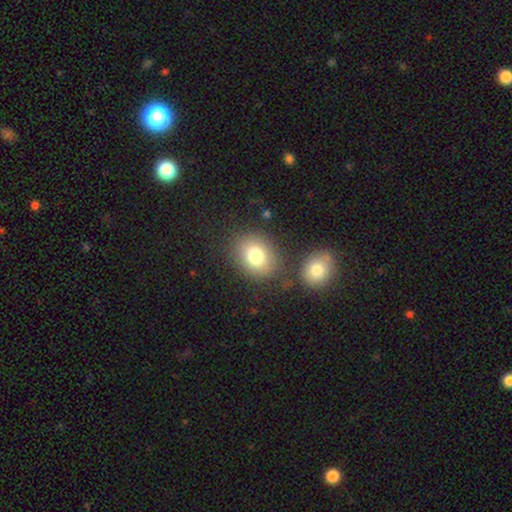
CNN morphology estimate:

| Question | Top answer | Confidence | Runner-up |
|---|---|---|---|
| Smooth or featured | smooth | 79% | star or artifact (10%) |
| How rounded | round | 58% | in between (41%) |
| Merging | none | 76% | minor disturbance (10%) |